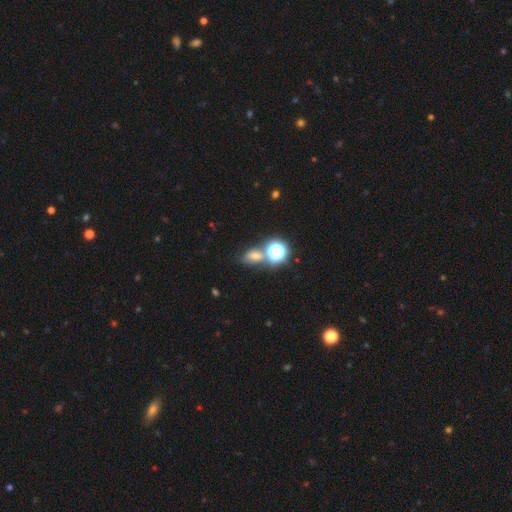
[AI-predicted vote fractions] This appears to be a smooth galaxy with no disk features (52%) that is in between round and cigar-shaped (56%). Merging: none (58%).